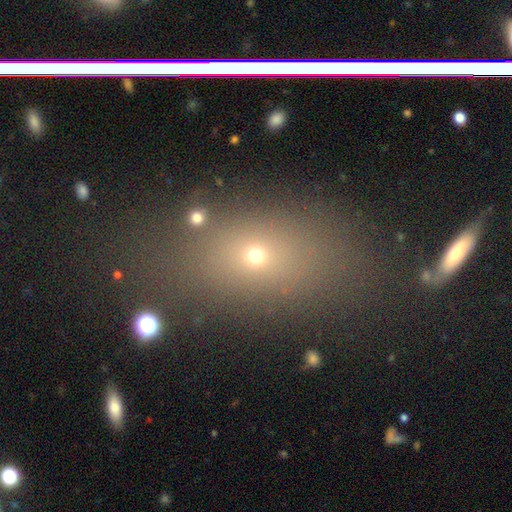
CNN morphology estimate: Smooth or featured?
  - smooth: 60% *
  - star or artifact: 25%
  - featured or disk: 16%
How rounded?
  - in between: 72% *
  - round: 23%
  - cigar-shaped: 5%
Merging?
  - none: 68% *
  - minor disturbance: 13%
  - merger: 10%
  - major disturbance: 9%